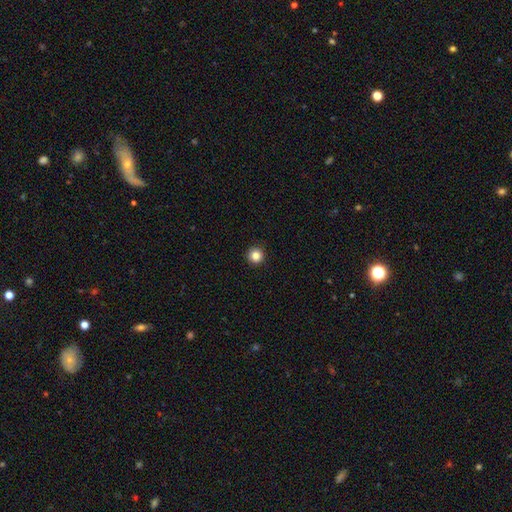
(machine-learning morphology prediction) This appears to be a smooth galaxy with no disk features (84%) that is round (96%). Merging: none (94%).